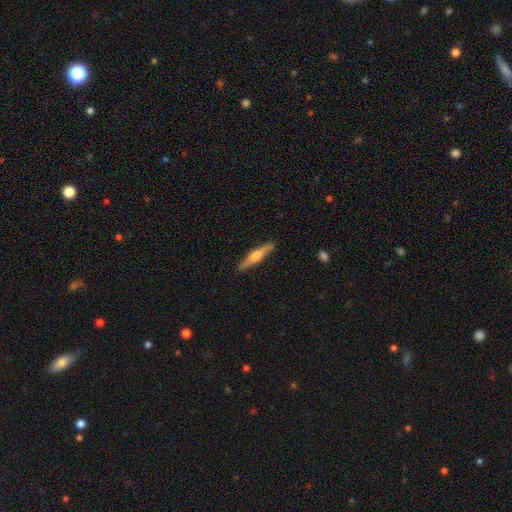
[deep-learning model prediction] Smooth or featured? Predicted: featured or disk (p=0.58). Edge-on disk? Predicted: yes (p=0.96). Edge-on bulge? Predicted: rounded (p=0.89). Merging? Predicted: none (p=0.89).